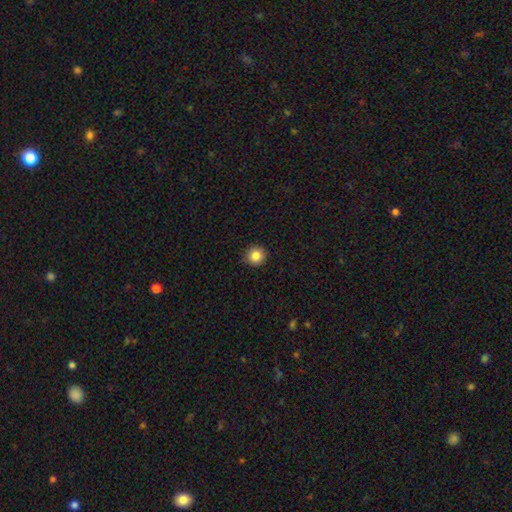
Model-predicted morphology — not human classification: Smooth or featured? Predicted: smooth (p=0.84). How rounded? Predicted: round (p=0.94). Merging? Predicted: none (p=0.90).